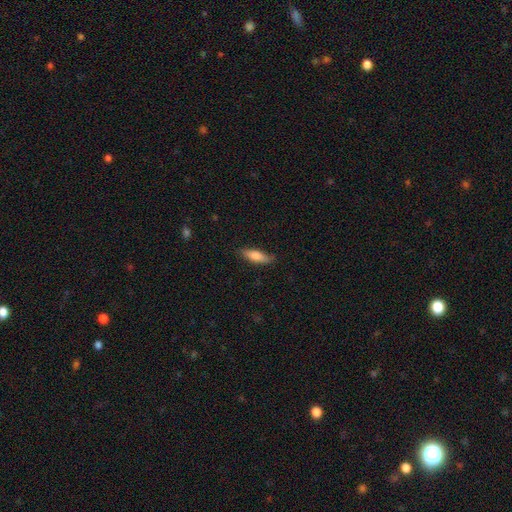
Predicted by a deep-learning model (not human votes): Smooth or featured? Predicted: smooth (p=0.78). How rounded? Predicted: cigar-shaped (p=0.51). Merging? Predicted: none (p=0.81).